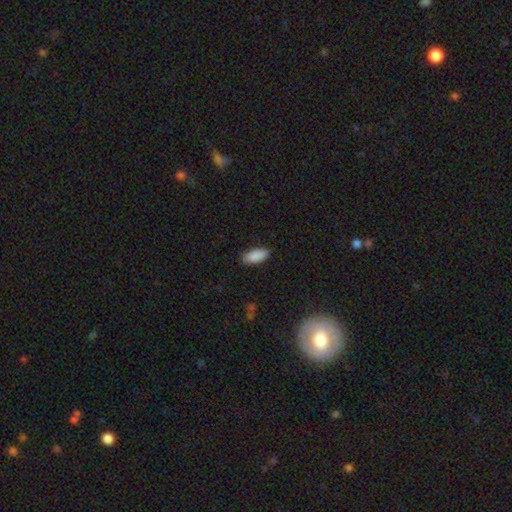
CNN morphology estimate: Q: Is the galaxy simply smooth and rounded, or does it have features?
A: smooth — 90%.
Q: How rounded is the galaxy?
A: in between — 89%.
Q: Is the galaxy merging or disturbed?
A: none — 87%.